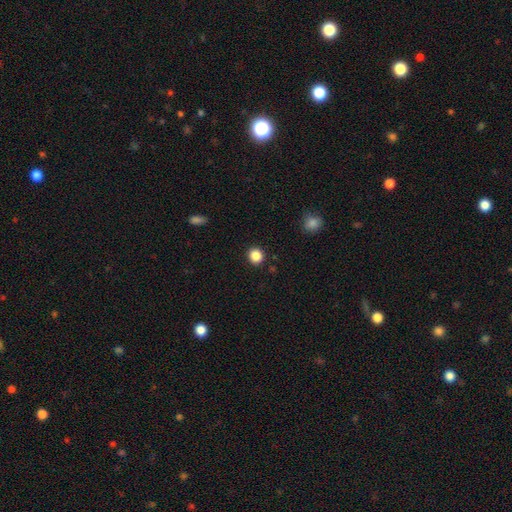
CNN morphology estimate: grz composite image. It shows a smooth galaxy with no disk features (87%) that is round (89%). Merging: none (92%).